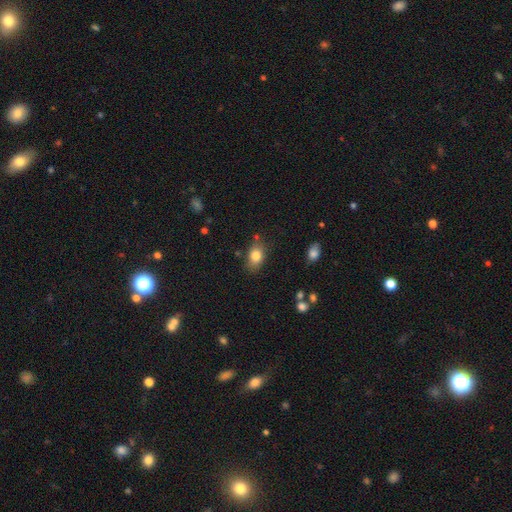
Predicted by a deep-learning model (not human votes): smooth-or-featured: smooth: 82% | featured or disk: 9% | star or artifact: 9%
  how-rounded: in between: 82% | round: 16% | cigar-shaped: 2%
  merging: none: 76% | minor disturbance: 17% | major disturbance: 4% | merger: 3%